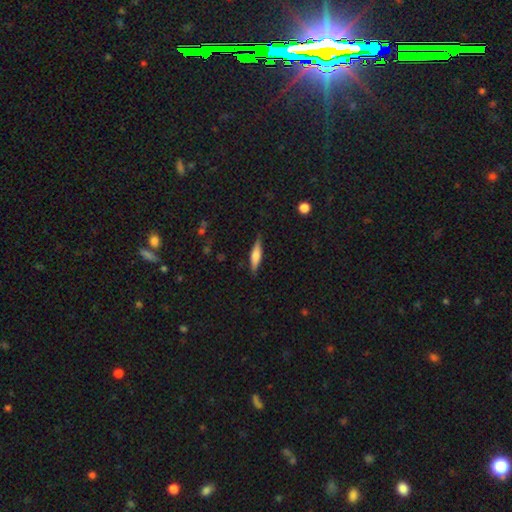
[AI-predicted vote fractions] Q: Smooth or featured?
A: smooth (63%); runner-up: featured or disk (31%)
Q: How rounded?
A: cigar-shaped (73%); runner-up: in between (26%)
Q: Merging?
A: none (83%); runner-up: minor disturbance (13%)